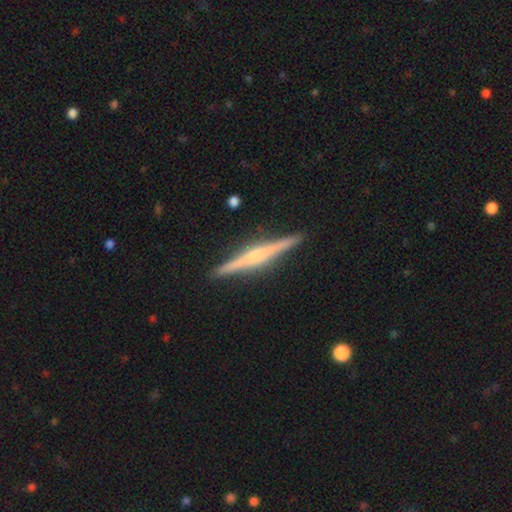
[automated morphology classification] Smooth or featured? featured or disk (77%)
Edge-on disk? yes (98%)
Edge-on bulge? rounded (63%)
Merging? none (92%)